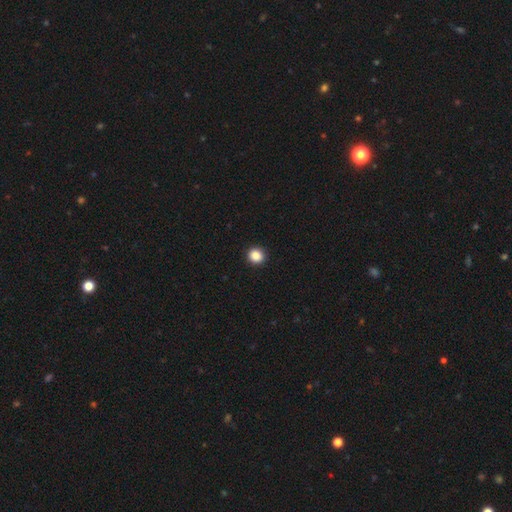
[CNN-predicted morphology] Smooth or featured? smooth (87%)
How rounded? round (91%)
Merging? none (93%)